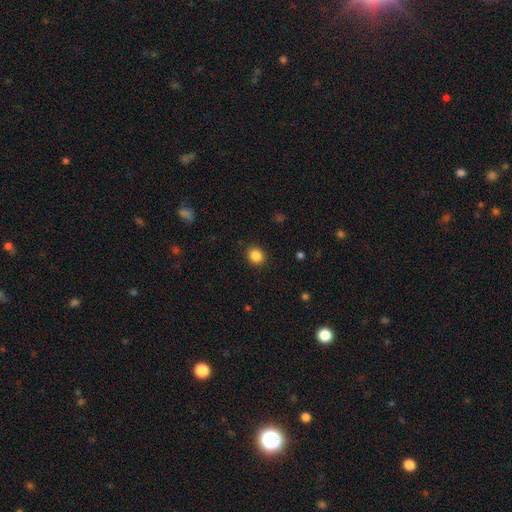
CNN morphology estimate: smooth 86%, star or artifact 10%, featured or disk 4%. Down the decision tree: how rounded — round (76%); merging — none (90%).